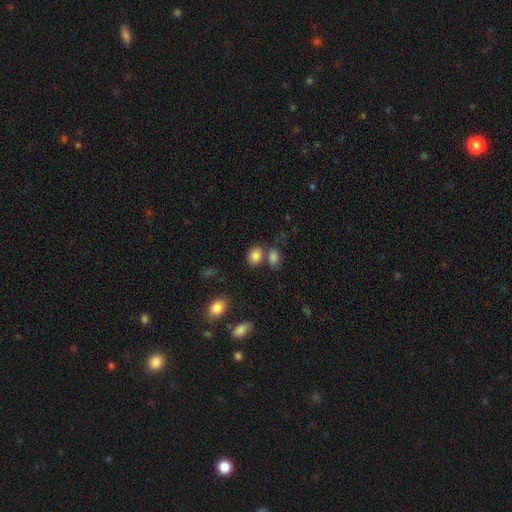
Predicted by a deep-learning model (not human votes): Smooth or featured? Predicted: smooth (p=0.84). How rounded? Predicted: in between (p=0.66). Merging? Predicted: none (p=0.57).